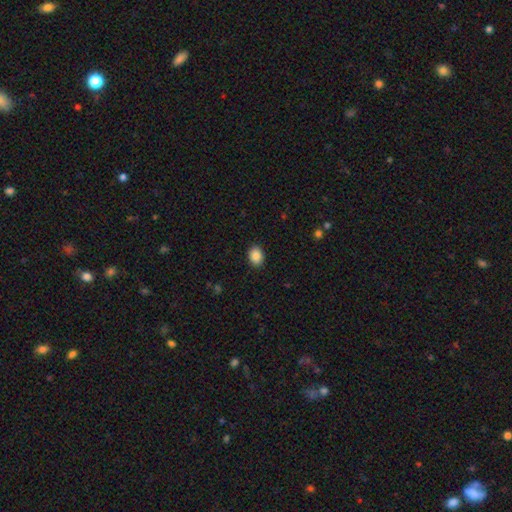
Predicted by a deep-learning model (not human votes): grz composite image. It shows a smooth galaxy with no disk features (88%) that is in between round and cigar-shaped (64%). Merging: none (90%).